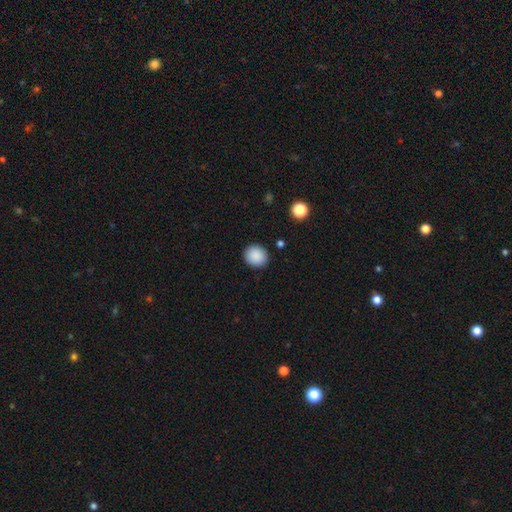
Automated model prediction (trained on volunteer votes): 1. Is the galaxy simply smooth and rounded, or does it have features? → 89% smooth, 8% star or artifact, 3% featured or disk.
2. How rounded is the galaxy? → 89% round, 10% in between, 1% cigar-shaped.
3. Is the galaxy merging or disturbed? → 91% none, 6% minor disturbance, 2% major disturbance, 1% merger.